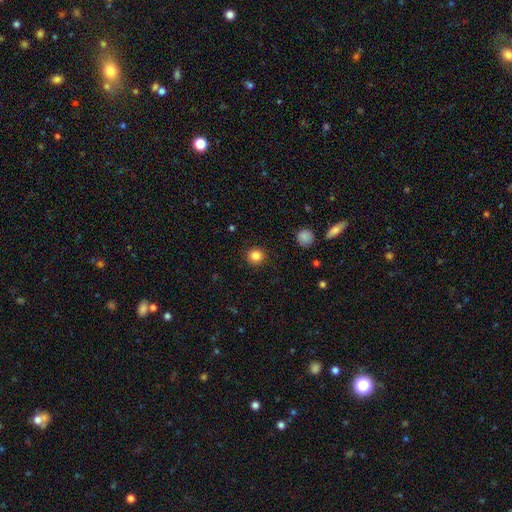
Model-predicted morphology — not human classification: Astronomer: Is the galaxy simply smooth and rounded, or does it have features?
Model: smooth — 84%.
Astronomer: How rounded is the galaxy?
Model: round — 93%.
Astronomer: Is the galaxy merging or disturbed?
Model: none — 91%.